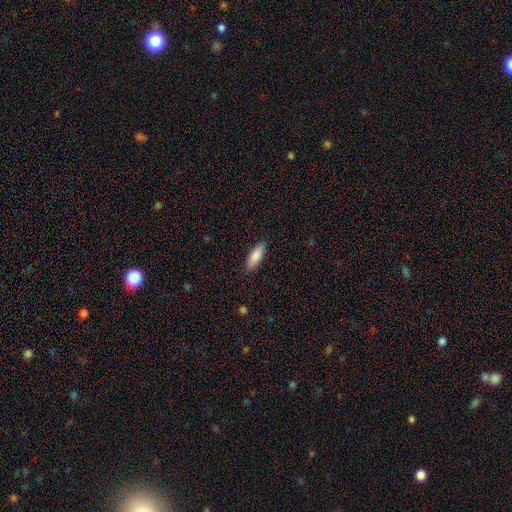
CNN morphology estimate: A smooth galaxy with no disk features (87%) that is in between round and cigar-shaped (66%).

Vote fractions:
- Smooth or featured? smooth: 87% / featured or disk: 7% / star or artifact: 6%
- How rounded? in between: 66% / cigar-shaped: 32% / round: 2%
- Merging? none: 87% / minor disturbance: 10% / major disturbance: 2% / merger: 1%